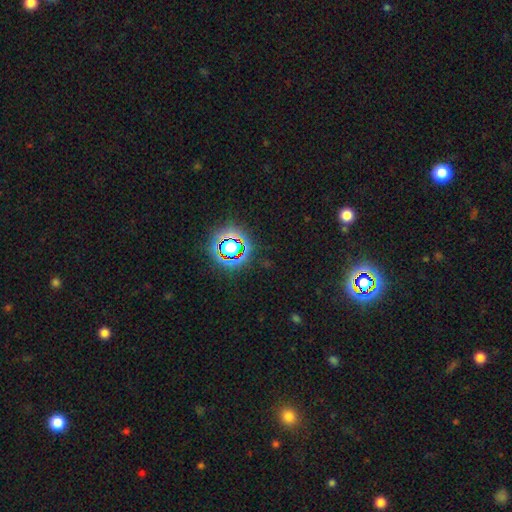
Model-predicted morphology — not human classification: Smooth or featured? Predicted: star or artifact (p=0.78).